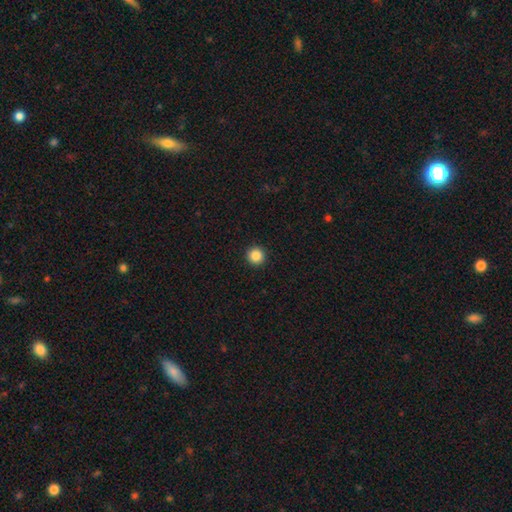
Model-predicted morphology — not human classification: Smooth or featured? smooth (86%)
How rounded? round (96%)
Merging? none (94%)